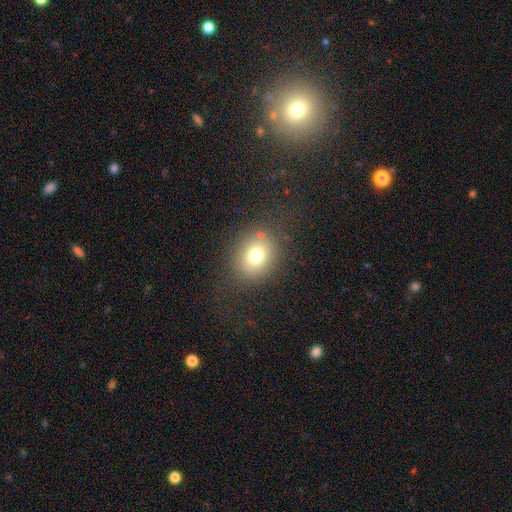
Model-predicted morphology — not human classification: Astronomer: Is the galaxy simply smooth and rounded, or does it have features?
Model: smooth — 73%.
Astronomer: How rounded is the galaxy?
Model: round — 66%.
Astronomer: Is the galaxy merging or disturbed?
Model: none — 80%.